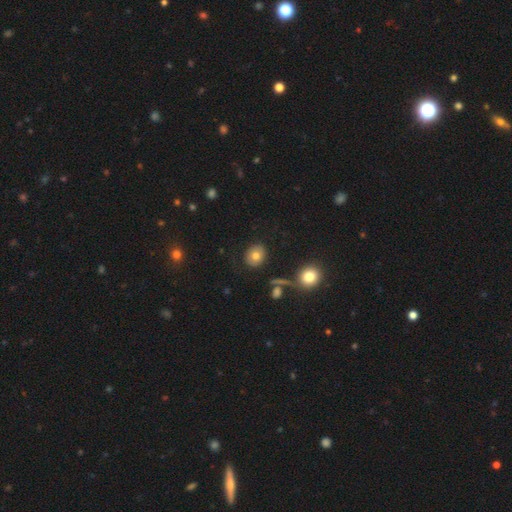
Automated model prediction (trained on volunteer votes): smooth-or-featured: smooth: 75% | featured or disk: 14% | star or artifact: 11%
  how-rounded: round: 62% | in between: 36% | cigar-shaped: 1%
  merging: none: 85% | minor disturbance: 9% | major disturbance: 3% | merger: 3%